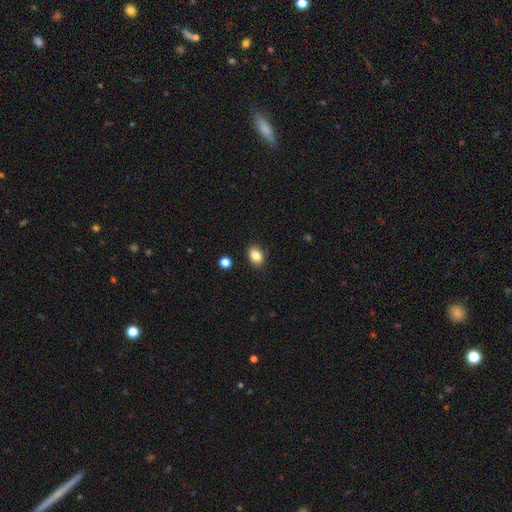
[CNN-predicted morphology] Smooth or featured?
  - smooth: 85% *
  - star or artifact: 9%
  - featured or disk: 6%
How rounded?
  - in between: 77% *
  - round: 22%
  - cigar-shaped: 1%
Merging?
  - none: 88% *
  - minor disturbance: 8%
  - major disturbance: 2%
  - merger: 2%